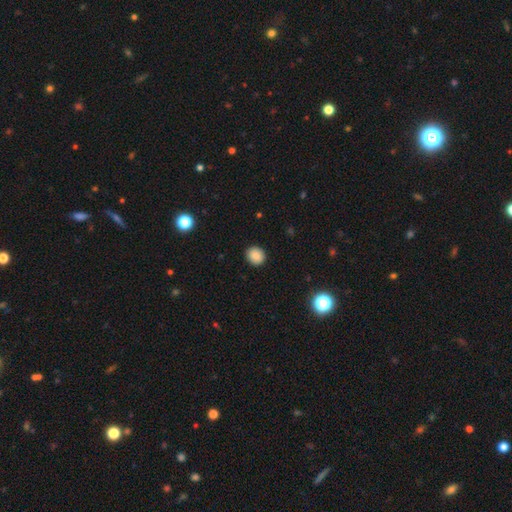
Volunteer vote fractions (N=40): Smooth or featured? smooth (92%)
How rounded? round (78%)
Merging? none (97%)